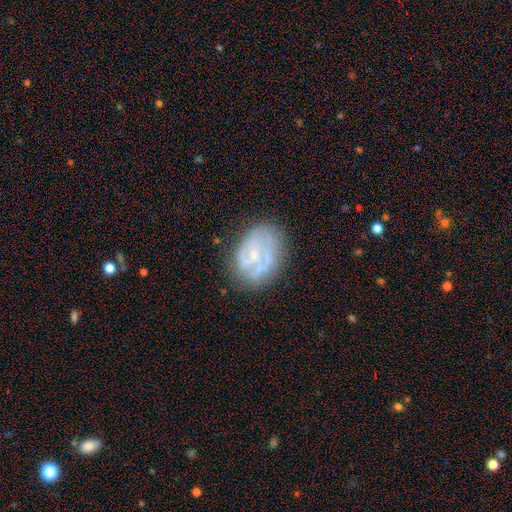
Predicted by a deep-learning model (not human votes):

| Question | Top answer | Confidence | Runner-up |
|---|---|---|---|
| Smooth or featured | featured or disk | 65% | smooth (26%) |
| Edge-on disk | no | 97% | yes (3%) |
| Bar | no | 62% | weak (32%) |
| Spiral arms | yes | 67% | no (33%) |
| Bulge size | small | 53% | moderate (26%) |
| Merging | none | 63% | minor disturbance (22%) |